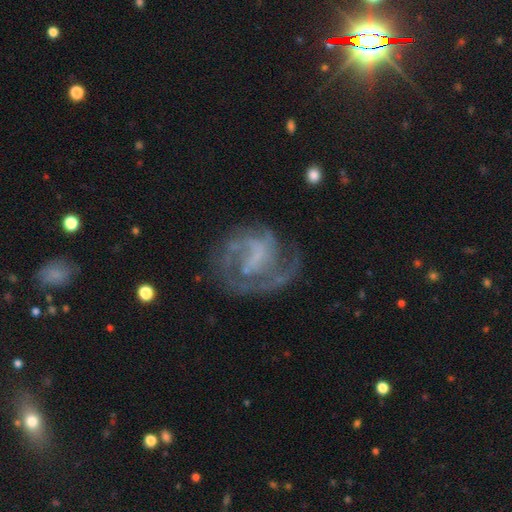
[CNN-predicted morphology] Overall: featured or disk (80%). Edge-on disk: no (98%). Bar: no (44%; weak 39%). Spiral arms: yes (86%). Spiral arm count: 2 (31%; can't tell 25%). Spiral winding: tight (43%; medium 40%). Bulge size: none (62%). Merging: none (57%; major disturbance 22%).